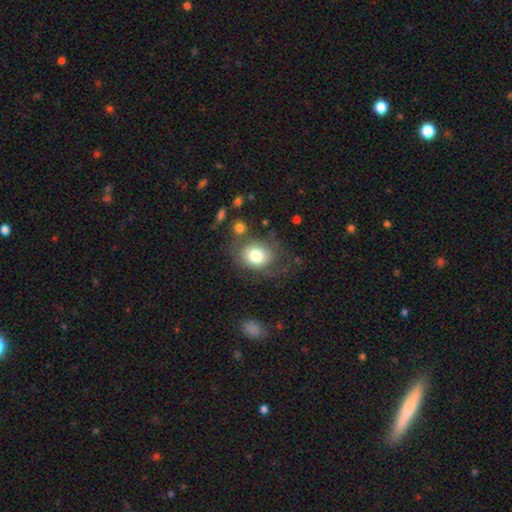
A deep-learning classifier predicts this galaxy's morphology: Q: Smooth or featured?
A: smooth (71%); runner-up: featured or disk (21%)
Q: How rounded?
A: round (58%); runner-up: in between (41%)
Q: Merging?
A: none (56%); runner-up: minor disturbance (22%)